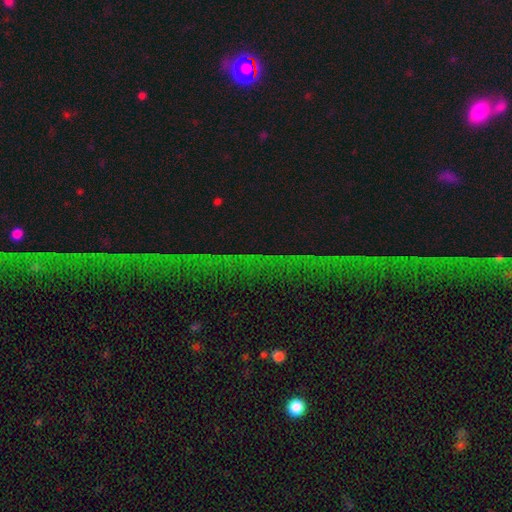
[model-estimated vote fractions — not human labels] Overall: star or artifact (74%).